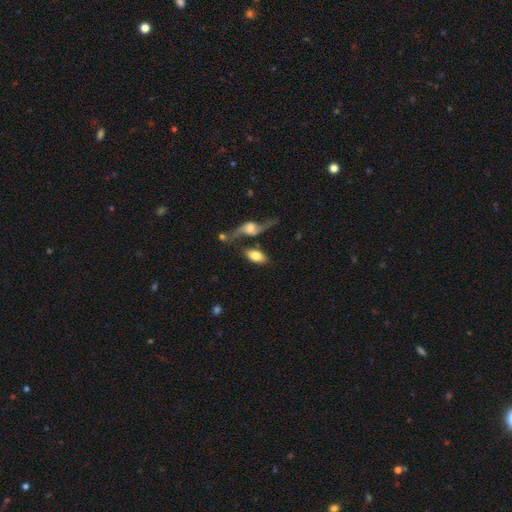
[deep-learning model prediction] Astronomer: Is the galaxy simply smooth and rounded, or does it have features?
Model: smooth — 71%.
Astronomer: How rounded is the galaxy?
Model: in between — 92%.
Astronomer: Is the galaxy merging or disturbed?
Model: none — 54%.